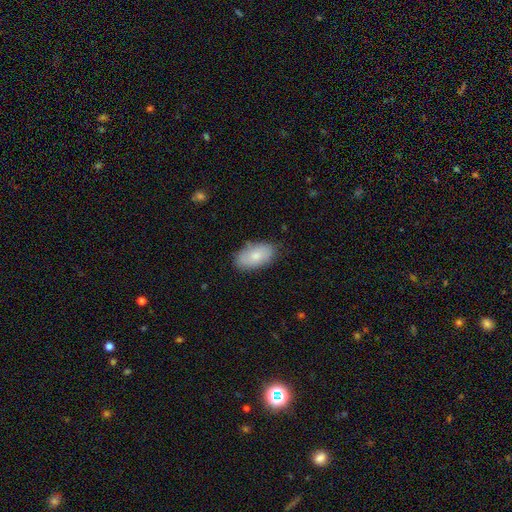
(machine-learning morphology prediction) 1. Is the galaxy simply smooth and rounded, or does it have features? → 78% smooth, 16% featured or disk, 6% star or artifact.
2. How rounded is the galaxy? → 94% in between, 4% round, 2% cigar-shaped.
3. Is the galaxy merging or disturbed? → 79% none, 16% minor disturbance, 3% major disturbance, 1% merger.